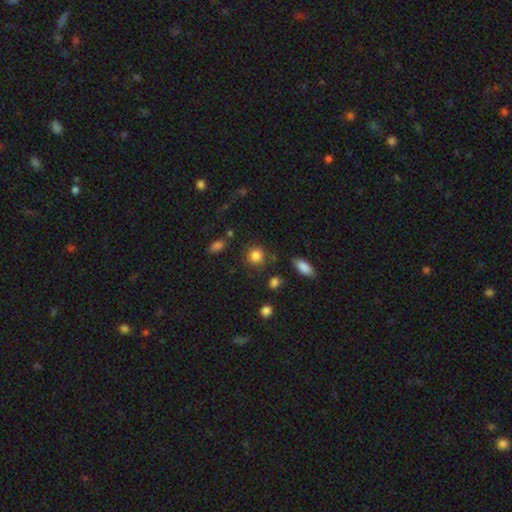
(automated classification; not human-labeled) The model was most divided on "how rounded": round: 84%, in between: 15%, cigar-shaped: 1%. More confident: smooth or featured — smooth (84%); merging — none (80%).